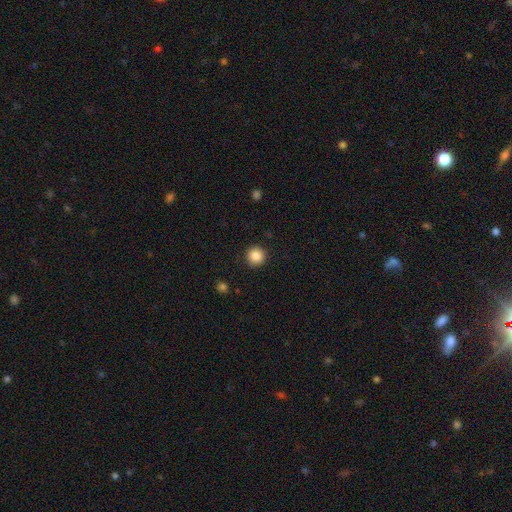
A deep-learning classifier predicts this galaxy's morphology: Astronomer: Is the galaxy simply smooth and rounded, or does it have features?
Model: smooth — 86%.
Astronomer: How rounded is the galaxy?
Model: round — 95%.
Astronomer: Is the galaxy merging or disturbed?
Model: none — 91%.